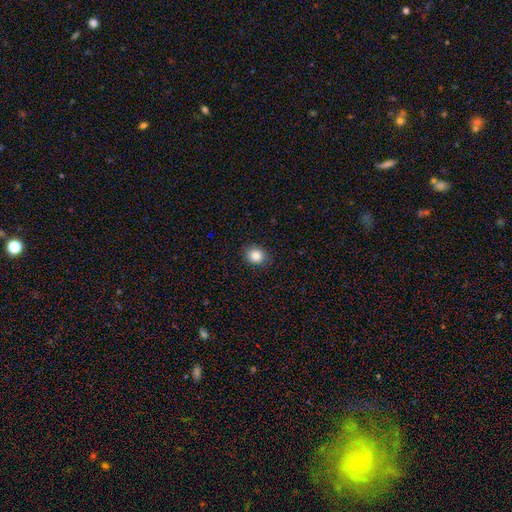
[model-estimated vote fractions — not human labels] smooth_or_featured: smooth (p=0.86) [alt: star or artifact p=0.10]
how_rounded: round (p=0.61) [alt: in between p=0.38]
merging: none (p=0.88) [alt: minor disturbance p=0.09]